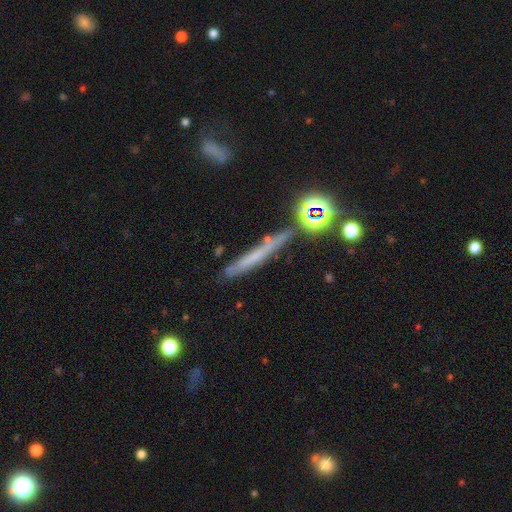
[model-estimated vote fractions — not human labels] smooth 42%, featured or disk 38%, star or artifact 20%. Down the decision tree: merging — none (70%).